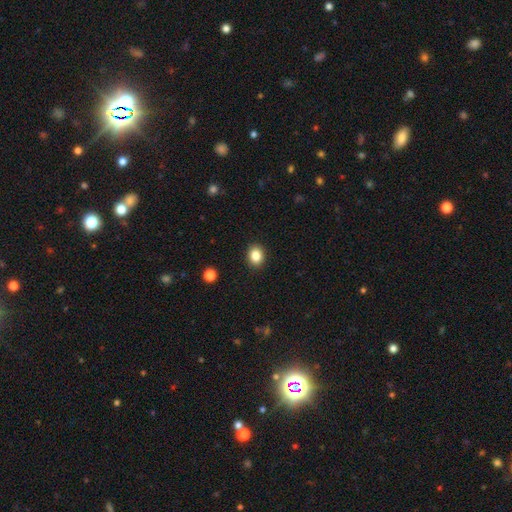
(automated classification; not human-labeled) Morphology: type=smooth (85%); roundness=round (54%); merging=none (91%).